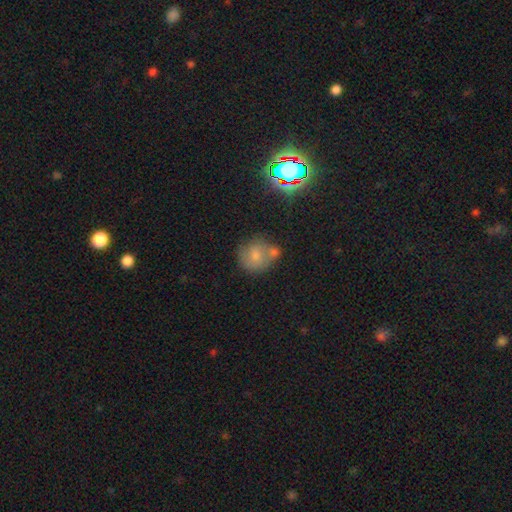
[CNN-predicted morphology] Smooth or featured?
  - smooth: 65% *
  - featured or disk: 23%
  - star or artifact: 13%
How rounded?
  - round: 81% *
  - in between: 18%
  - cigar-shaped: 1%
Merging?
  - none: 42% *
  - merger: 35%
  - minor disturbance: 16%
  - major disturbance: 7%